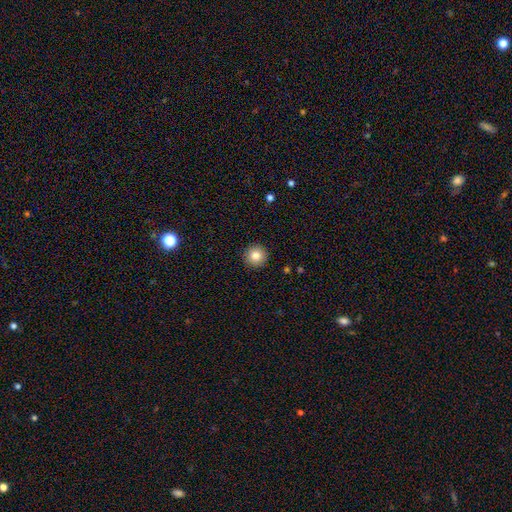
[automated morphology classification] type=smooth (82%); roundness=round (96%); merging=none (92%).